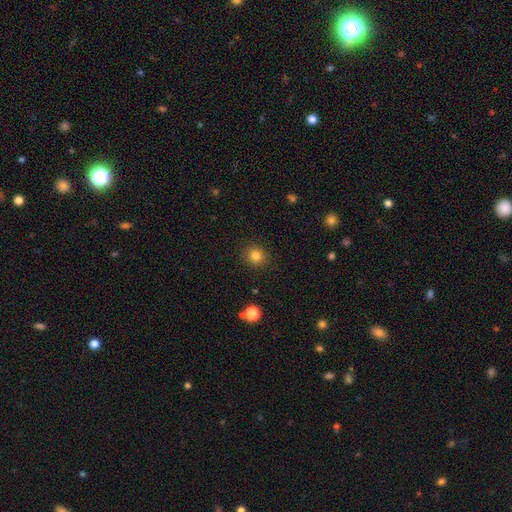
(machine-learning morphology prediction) The model was most divided on "smooth or featured": smooth: 82%, star or artifact: 12%, featured or disk: 6%. More confident: merging — none (90%); how rounded — round (89%).